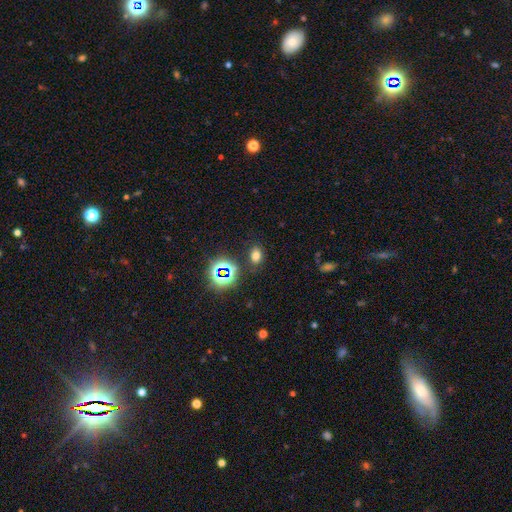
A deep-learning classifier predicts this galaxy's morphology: Smooth or featured? Predicted: smooth (p=0.65). How rounded? Predicted: in between (p=0.70). Merging? Predicted: none (p=0.82).